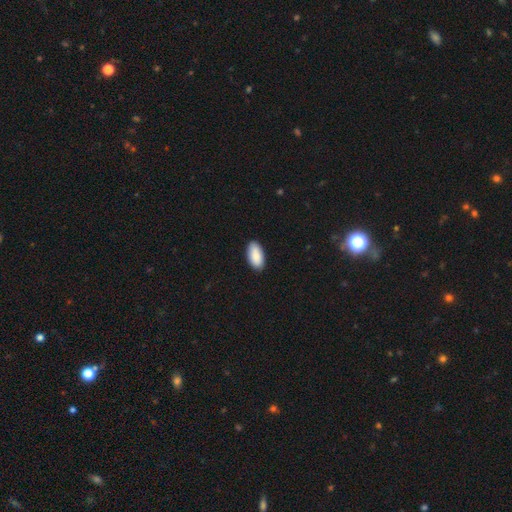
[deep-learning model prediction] Smooth or featured? smooth (90%)
How rounded? in between (94%)
Merging? none (88%)